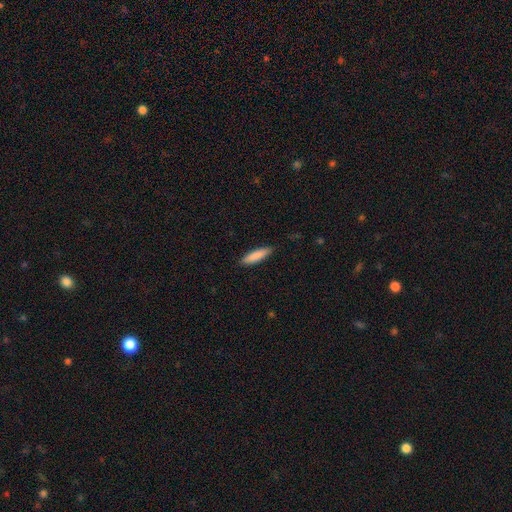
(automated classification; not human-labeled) Smooth or featured: smooth — 86% (featured or disk — 8%)
How rounded: cigar-shaped — 74% (in between — 25%)
Merging: none — 87% (minor disturbance — 10%)